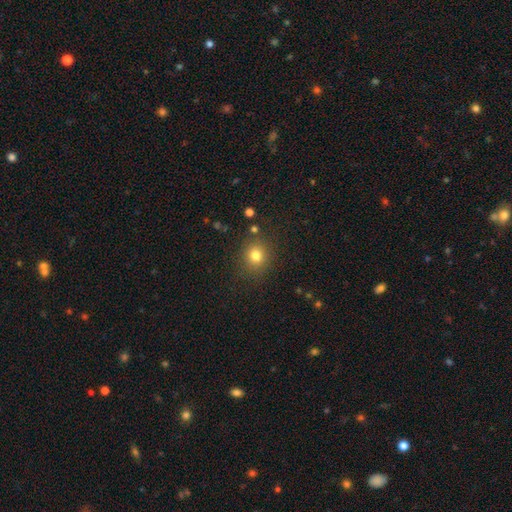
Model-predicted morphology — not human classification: A smooth galaxy with no disk features (78%) that is round (83%). Merging: none (85%).